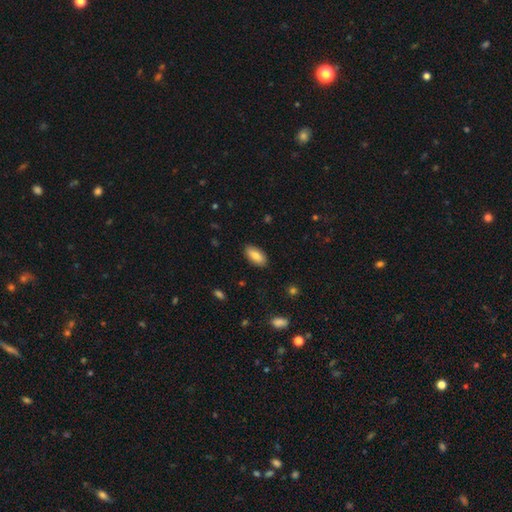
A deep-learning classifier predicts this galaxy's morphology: A smooth galaxy with no disk features (84%) that is in between round and cigar-shaped (91%).

Vote fractions:
- Smooth or featured? smooth: 84% / featured or disk: 10% / star or artifact: 6%
- How rounded? in between: 91% / cigar-shaped: 7% / round: 2%
- Merging? none: 88% / minor disturbance: 9% / major disturbance: 2% / merger: 1%